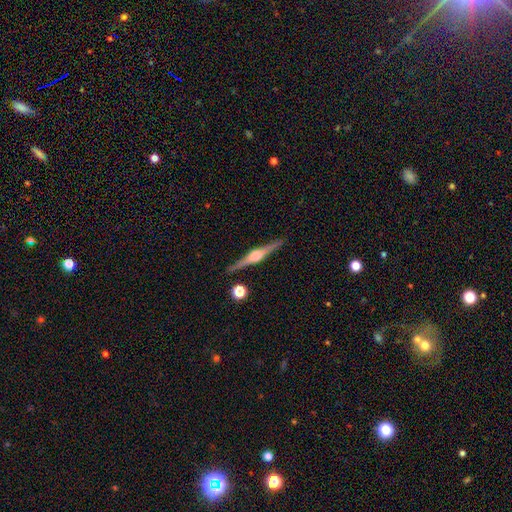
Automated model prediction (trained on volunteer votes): A featured or disk galaxy (84%) viewed edge-on (98%) with a rounded central bulge (87%).

Vote fractions:
- Smooth or featured? featured or disk: 84% / smooth: 11% / star or artifact: 6%
- Edge-on disk? yes: 98% / no: 2%
- Edge-on bulge? rounded: 87% / boxy: 10% / none: 2%
- Merging? none: 90% / minor disturbance: 7% / merger: 2% / major disturbance: 2%